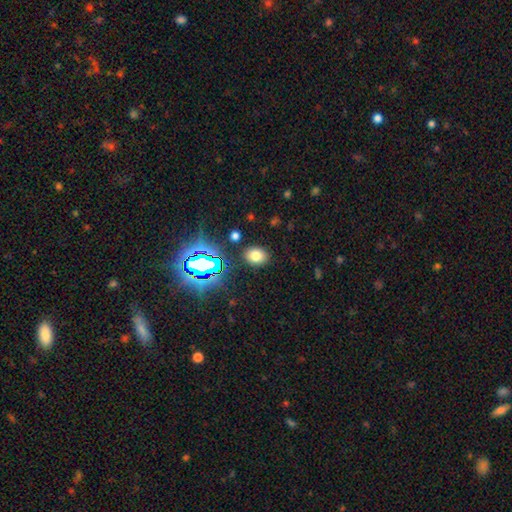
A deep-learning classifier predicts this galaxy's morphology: Smooth or featured? smooth (71%)
How rounded? in between (54%)
Merging? none (87%)